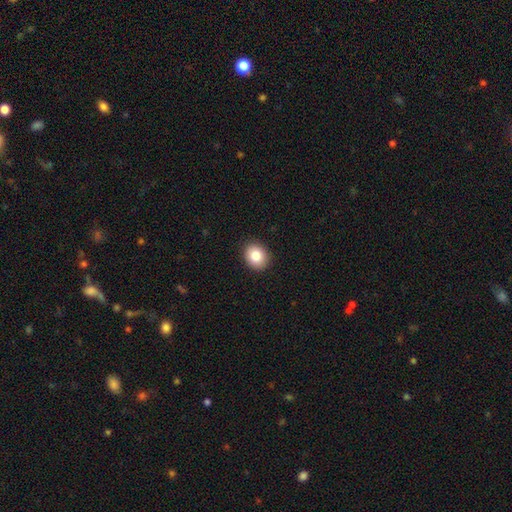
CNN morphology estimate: A smooth galaxy with no disk features (84%) that is round (65%). Merging: none (91%).